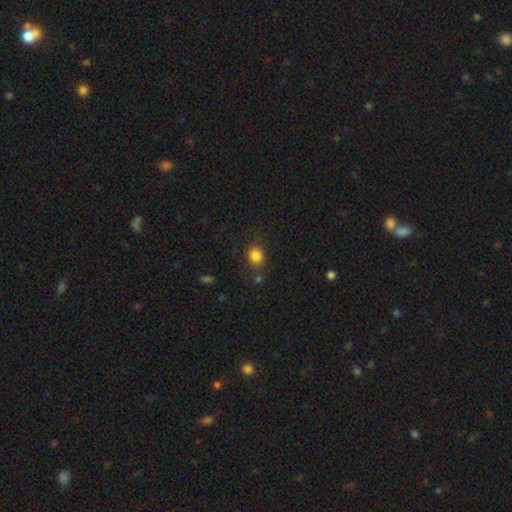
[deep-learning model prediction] smooth_or_featured: smooth (p=0.84) [alt: star or artifact p=0.11]
how_rounded: round (p=0.66) [alt: in between p=0.33]
merging: none (p=0.77) [alt: minor disturbance p=0.14]